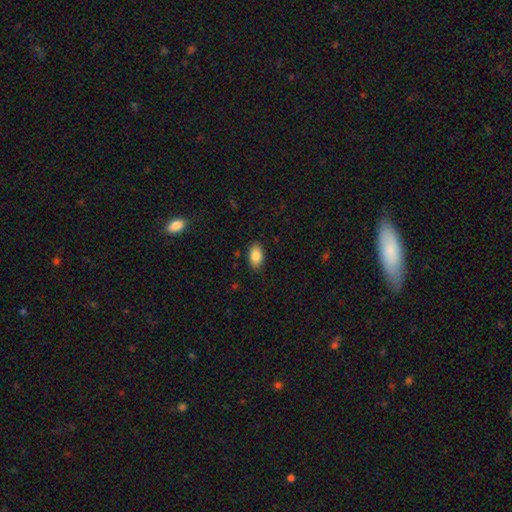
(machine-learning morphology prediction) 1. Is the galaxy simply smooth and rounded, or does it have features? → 85% smooth, 8% star or artifact, 7% featured or disk.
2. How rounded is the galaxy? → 92% in between, 6% round, 2% cigar-shaped.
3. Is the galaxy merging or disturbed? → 87% none, 10% minor disturbance, 2% major disturbance, 1% merger.